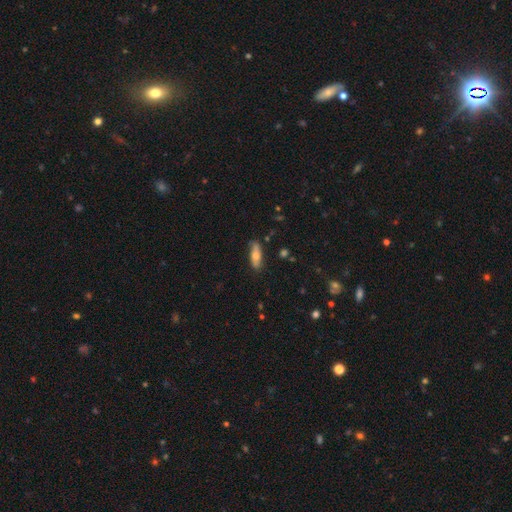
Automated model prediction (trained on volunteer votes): smooth 63%, featured or disk 31%, star or artifact 7%. Down the decision tree: how rounded — in between (60%); merging — none (79%).